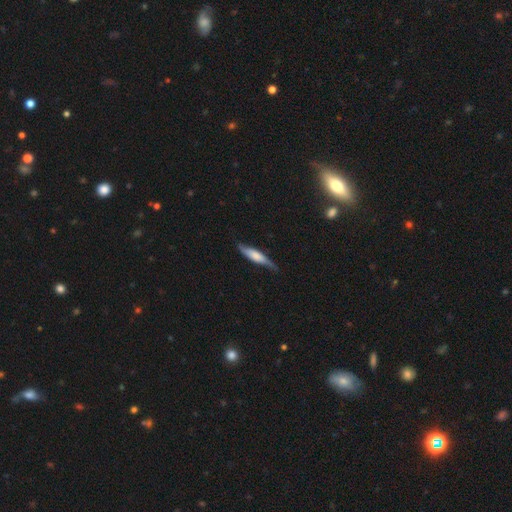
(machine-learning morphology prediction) Q: Smooth or featured?
A: smooth (53%); runner-up: featured or disk (42%)
Q: How rounded?
A: cigar-shaped (79%); runner-up: in between (20%)
Q: Merging?
A: none (68%); runner-up: minor disturbance (26%)